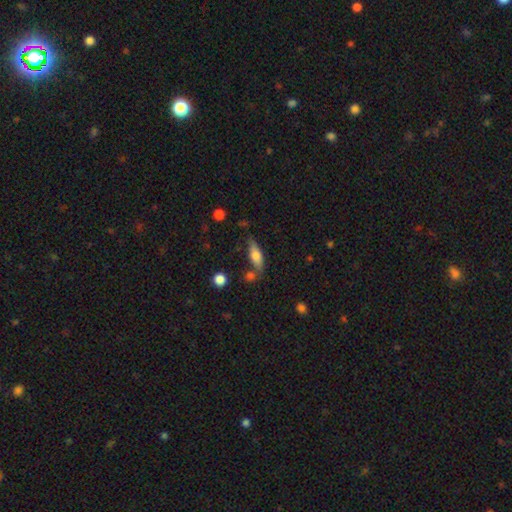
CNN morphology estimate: Q: Smooth or featured?
A: smooth (67%); runner-up: featured or disk (26%)
Q: How rounded?
A: in between (62%); runner-up: cigar-shaped (35%)
Q: Merging?
A: none (63%); runner-up: minor disturbance (20%)